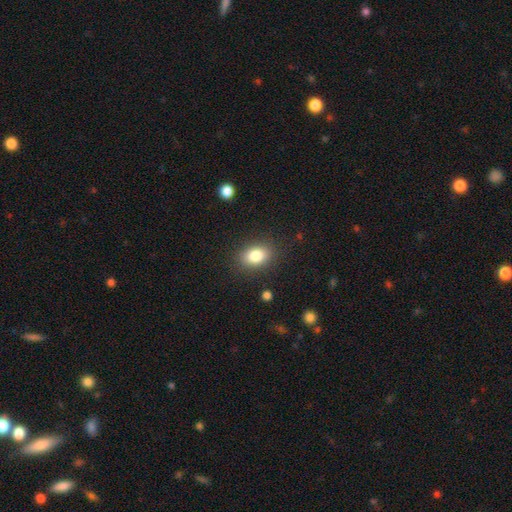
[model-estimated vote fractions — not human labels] Q: Smooth or featured?
A: smooth (82%); runner-up: star or artifact (9%)
Q: How rounded?
A: in between (74%); runner-up: round (24%)
Q: Merging?
A: none (86%); runner-up: minor disturbance (10%)